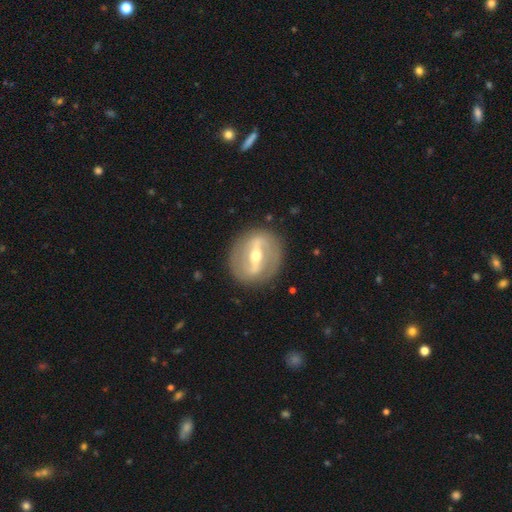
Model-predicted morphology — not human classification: Smooth or featured? featured or disk (80%)
Edge-on disk? no (88%)
Bar? strong (73%)
Spiral arms? yes (52%)
Bulge size? moderate (65%)
Merging? none (85%)